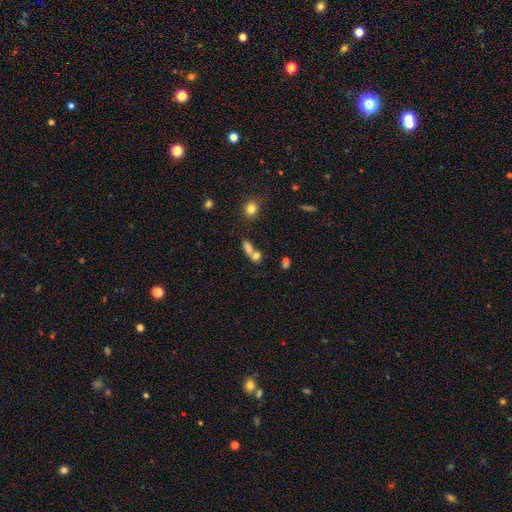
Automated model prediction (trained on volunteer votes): Overall: smooth (72%). How rounded: in between (58%; round 28%). Merging: merger (54%; none 33%).